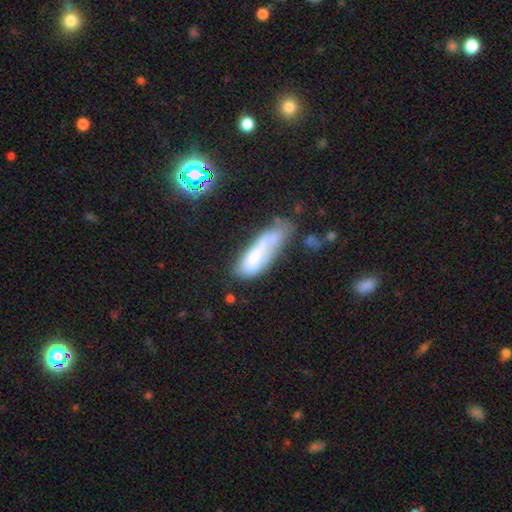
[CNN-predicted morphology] smooth 58%, featured or disk 32%, star or artifact 10%. Down the decision tree: how rounded — in between (51%); merging — minor disturbance (32%).